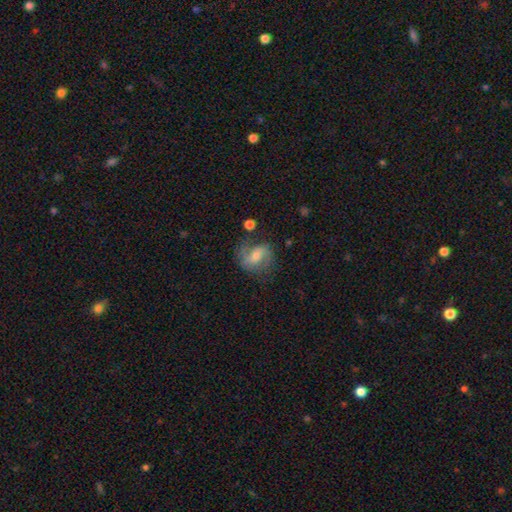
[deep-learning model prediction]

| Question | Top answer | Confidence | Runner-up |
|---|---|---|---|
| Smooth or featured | featured or disk | 63% | smooth (29%) |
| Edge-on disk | no | 97% | yes (3%) |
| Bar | weak | 44% | no (42%) |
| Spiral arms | yes | 88% | no (12%) |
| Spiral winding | medium | 46% | loose (35%) |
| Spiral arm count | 2 | 77% | can't tell (11%) |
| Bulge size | moderate | 50% | small (40%) |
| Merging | none | 59% | minor disturbance (23%) |